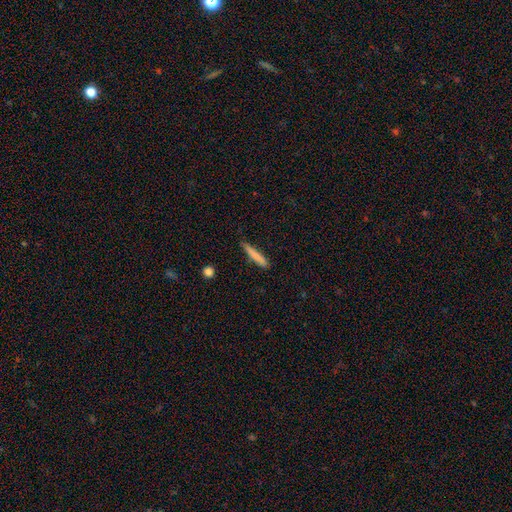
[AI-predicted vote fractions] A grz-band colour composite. It shows a smooth galaxy with no disk features (78%) that is cigar-shaped (93%). Merging: none (78%).